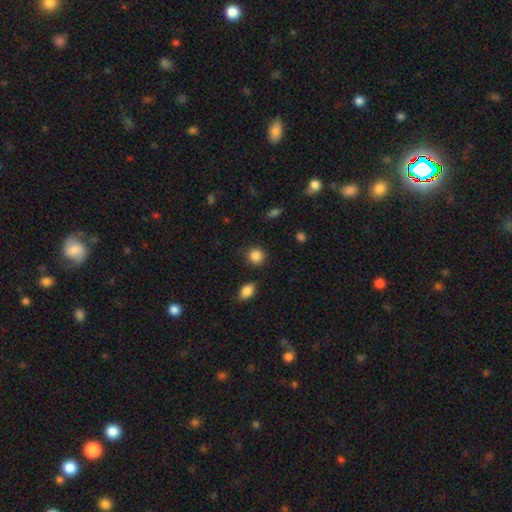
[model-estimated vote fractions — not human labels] A smooth galaxy with no disk features (87%) that is round (89%).

Vote fractions:
- Smooth or featured? smooth: 87% / star or artifact: 9% / featured or disk: 4%
- How rounded? round: 89% / in between: 10% / cigar-shaped: 1%
- Merging? none: 86% / minor disturbance: 9% / major disturbance: 3% / merger: 3%